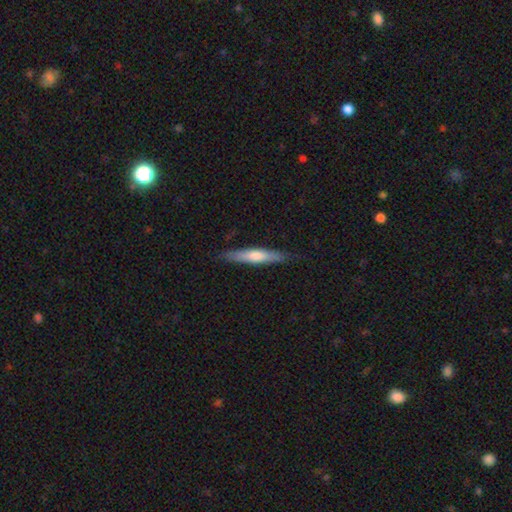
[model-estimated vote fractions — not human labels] Smooth or featured? smooth (54%)
How rounded? cigar-shaped (91%)
Merging? none (85%)